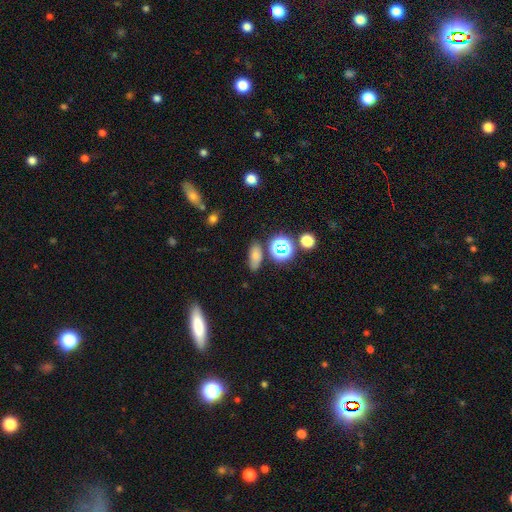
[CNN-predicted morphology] smooth-or-featured: smooth: 68% | star or artifact: 21% | featured or disk: 11%
  how-rounded: in between: 75% | cigar-shaped: 13% | round: 12%
  merging: none: 74% | minor disturbance: 15% | merger: 6% | major disturbance: 5%